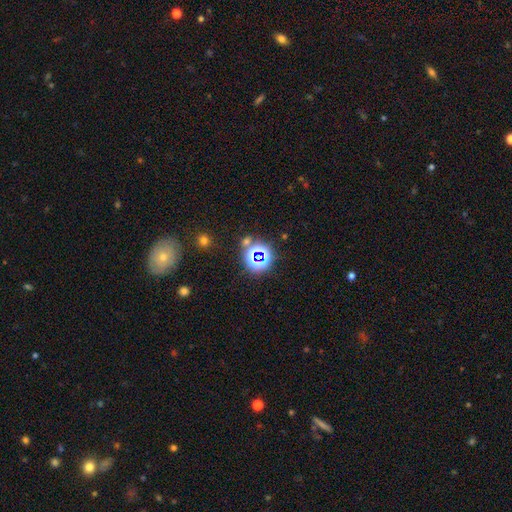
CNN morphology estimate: Smooth or featured? Predicted: star or artifact (p=0.74).